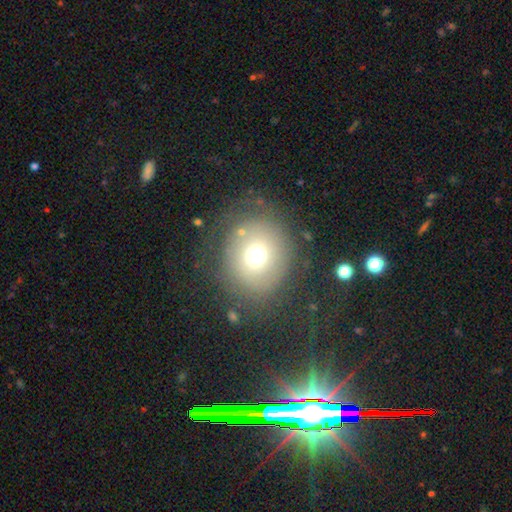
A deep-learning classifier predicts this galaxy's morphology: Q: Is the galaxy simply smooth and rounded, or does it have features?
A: smooth — 64%.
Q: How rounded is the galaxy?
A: round — 85%.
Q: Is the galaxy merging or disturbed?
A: none — 72%.